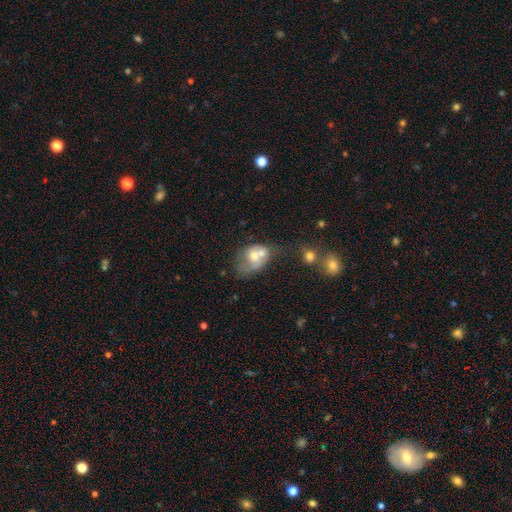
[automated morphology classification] smooth-or-featured: smooth: 53% | featured or disk: 37% | star or artifact: 9%
  how-rounded: in between: 62% | round: 37% | cigar-shaped: 1%
  merging: merger: 58% | none: 17% | minor disturbance: 13% | major disturbance: 13%